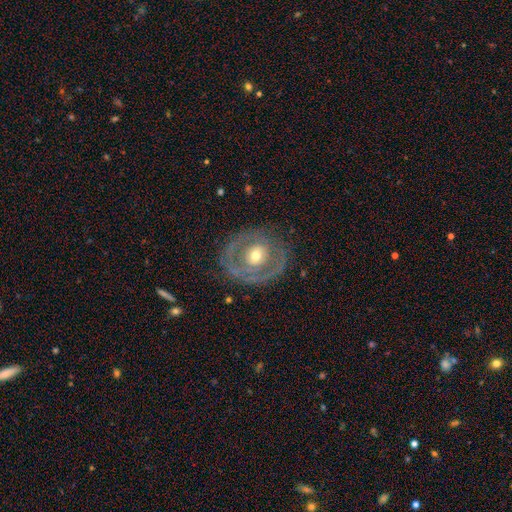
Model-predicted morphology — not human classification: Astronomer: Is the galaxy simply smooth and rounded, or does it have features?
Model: featured or disk — 66%.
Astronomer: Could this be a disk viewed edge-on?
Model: no — 95%.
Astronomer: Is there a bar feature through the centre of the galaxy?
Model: no — 73%.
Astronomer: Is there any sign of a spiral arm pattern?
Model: no — 61% (runner-up: yes, 39%).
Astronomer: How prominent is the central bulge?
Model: moderate — 65%.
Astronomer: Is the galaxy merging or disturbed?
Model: none — 73%.